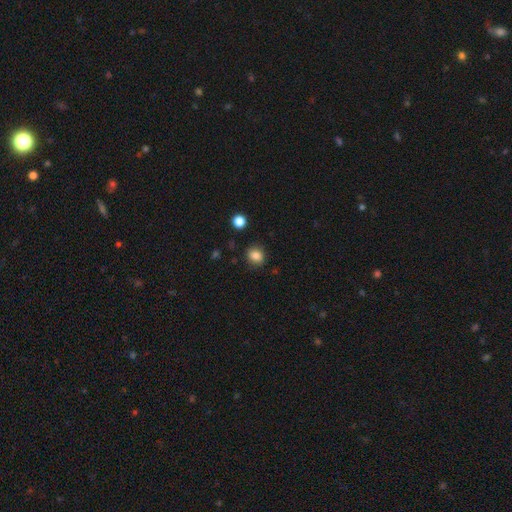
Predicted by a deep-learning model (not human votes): Smooth or featured?
  - smooth: 84% *
  - star or artifact: 11%
  - featured or disk: 4%
How rounded?
  - round: 70% *
  - in between: 29%
  - cigar-shaped: 1%
Merging?
  - none: 86% *
  - minor disturbance: 10%
  - major disturbance: 3%
  - merger: 2%